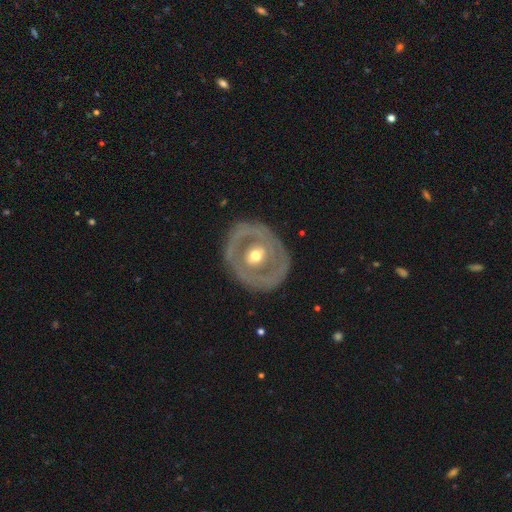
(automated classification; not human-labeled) A featured or disk galaxy (72%) with no bar (58%), no spiral arms (64%) and a moderate central bulge (73%). Merging: none (79%).